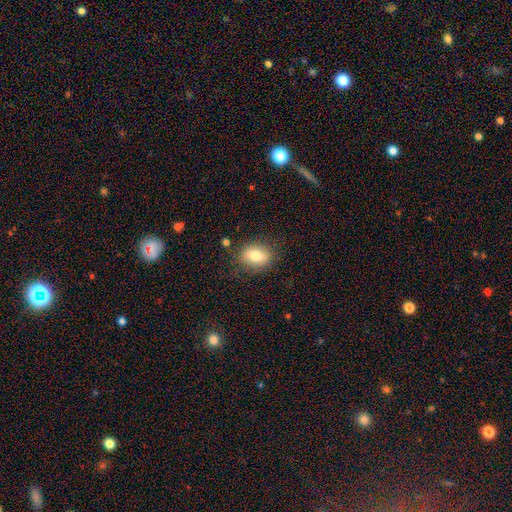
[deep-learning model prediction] This appears to be a smooth galaxy with no disk features (74%) that is in between round and cigar-shaped (71%). Merging: none (82%).